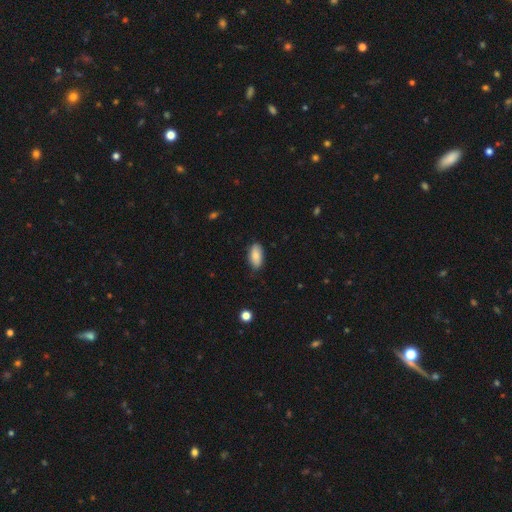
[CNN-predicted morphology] smooth 84%, featured or disk 10%, star or artifact 7%. Down the decision tree: how rounded — in between (91%); merging — none (80%).